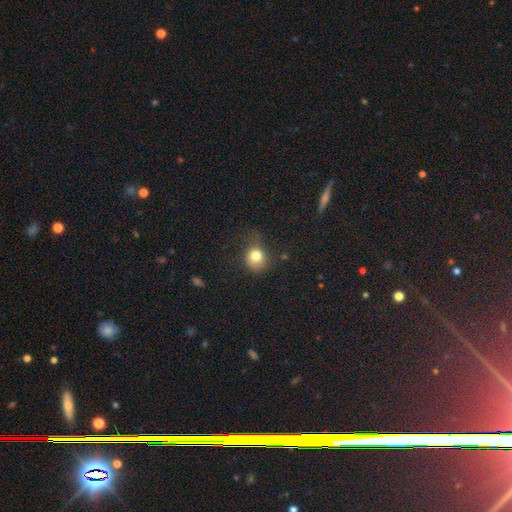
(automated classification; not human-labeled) smooth-or-featured: smooth: 80% | star or artifact: 12% | featured or disk: 9%
  how-rounded: round: 77% | in between: 22% | cigar-shaped: 1%
  merging: none: 54% | minor disturbance: 27% | major disturbance: 16% | merger: 2%